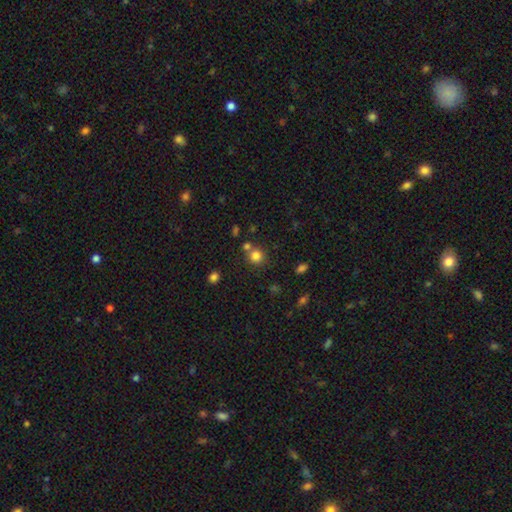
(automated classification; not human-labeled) Smooth or featured? Predicted: smooth (p=0.80). How rounded? Predicted: round (p=0.88). Merging? Predicted: none (p=0.68).